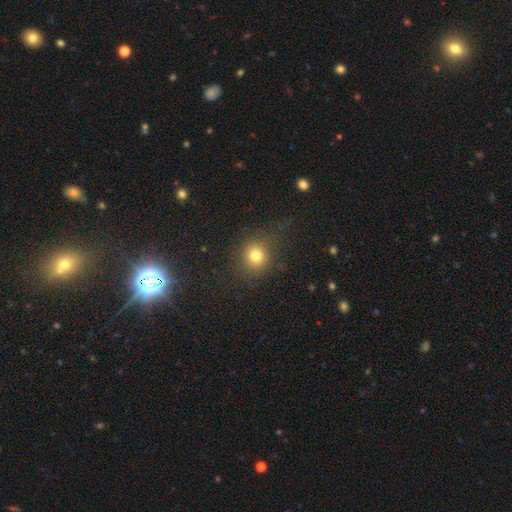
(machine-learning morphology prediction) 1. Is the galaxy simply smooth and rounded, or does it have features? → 79% smooth, 14% star or artifact, 7% featured or disk.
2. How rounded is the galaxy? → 86% round, 13% in between, 1% cigar-shaped.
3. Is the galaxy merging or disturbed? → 83% none, 10% minor disturbance, 6% major disturbance, 2% merger.